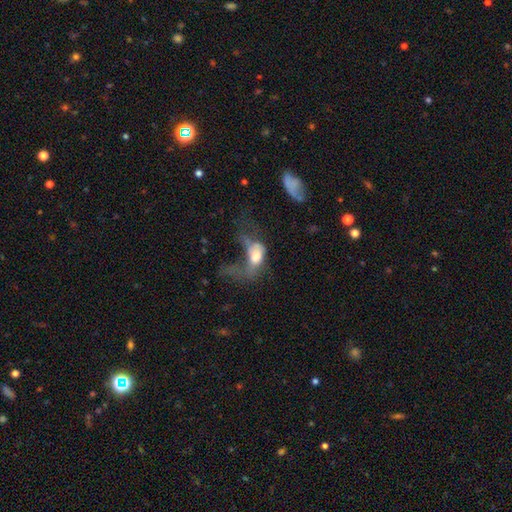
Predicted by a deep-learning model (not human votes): smooth_or_featured: smooth (p=0.56) [alt: featured or disk p=0.34]
how_rounded: in between (p=0.79) [alt: round p=0.17]
merging: major disturbance (p=0.64) [alt: merger p=0.14]